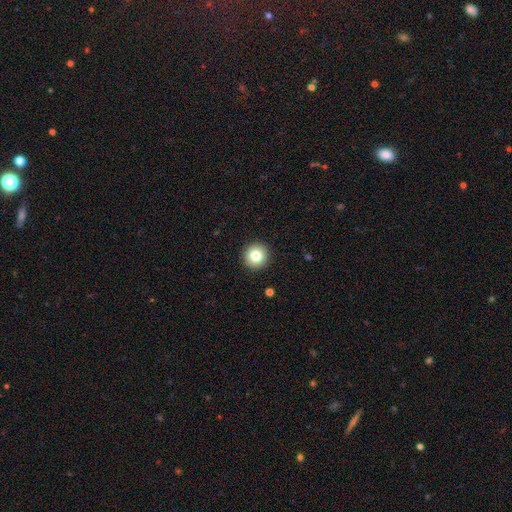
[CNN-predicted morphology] smooth 81%, star or artifact 10%, featured or disk 9%. Down the decision tree: how rounded — round (95%); merging — none (93%).